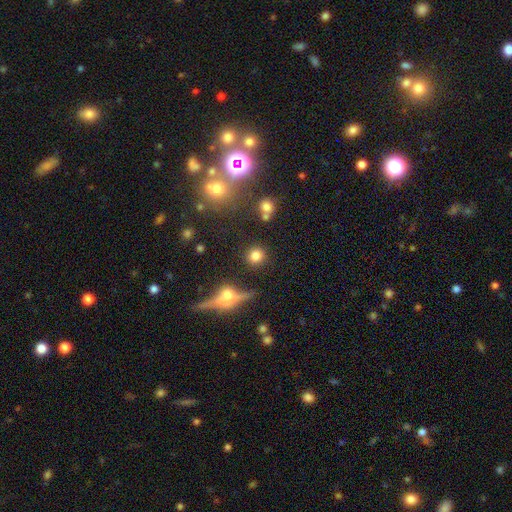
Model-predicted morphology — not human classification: Smooth or featured: smooth — 78% (star or artifact — 11%)
How rounded: round — 91% (in between — 8%)
Merging: none — 84% (minor disturbance — 7%)